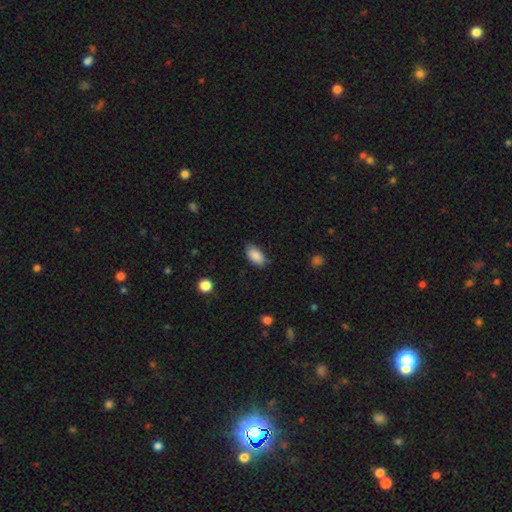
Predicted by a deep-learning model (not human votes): Smooth or featured? smooth (88%)
How rounded? in between (93%)
Merging? none (78%)